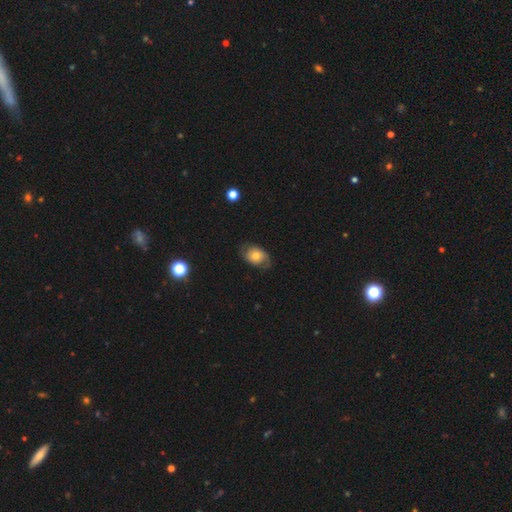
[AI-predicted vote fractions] Smooth or featured: smooth — 54% (featured or disk — 38%)
How rounded: in between — 73% (round — 26%)
Merging: none — 66% (minor disturbance — 24%)